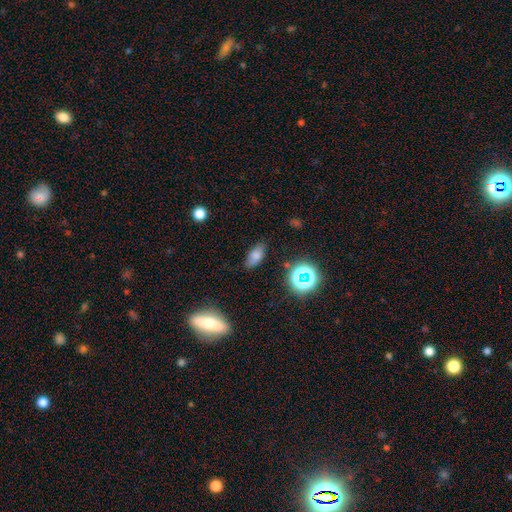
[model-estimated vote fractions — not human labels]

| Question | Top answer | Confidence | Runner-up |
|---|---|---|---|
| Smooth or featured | smooth | 71% | star or artifact (16%) |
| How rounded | in between | 87% | round (7%) |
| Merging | none | 76% | minor disturbance (18%) |